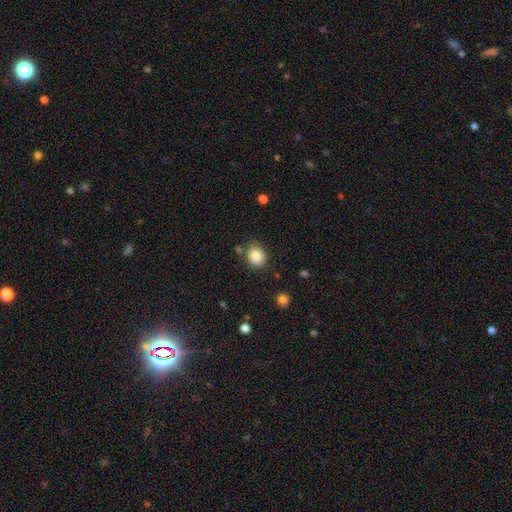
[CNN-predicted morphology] Smooth or featured? smooth (85%)
How rounded? round (65%)
Merging? none (78%)